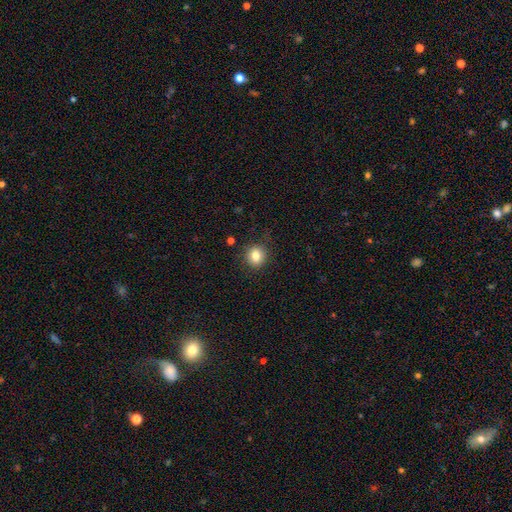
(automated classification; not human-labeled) The model was most divided on "how rounded": round: 83%, in between: 16%, cigar-shaped: 1%. More confident: merging — none (87%); smooth or featured — smooth (82%).